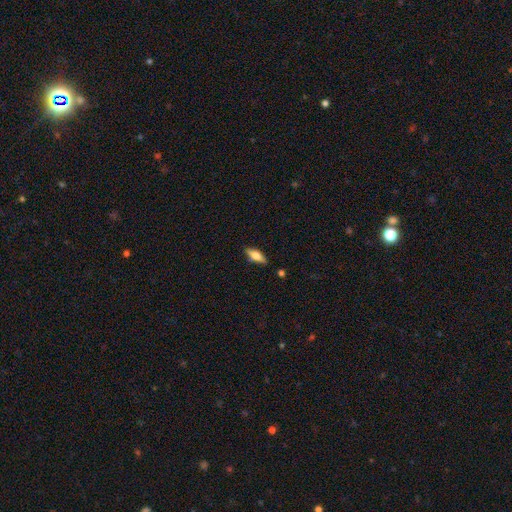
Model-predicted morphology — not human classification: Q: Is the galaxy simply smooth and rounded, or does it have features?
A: smooth — 61%.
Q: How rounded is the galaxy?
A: in between — 64%.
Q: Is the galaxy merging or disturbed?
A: none — 83%.